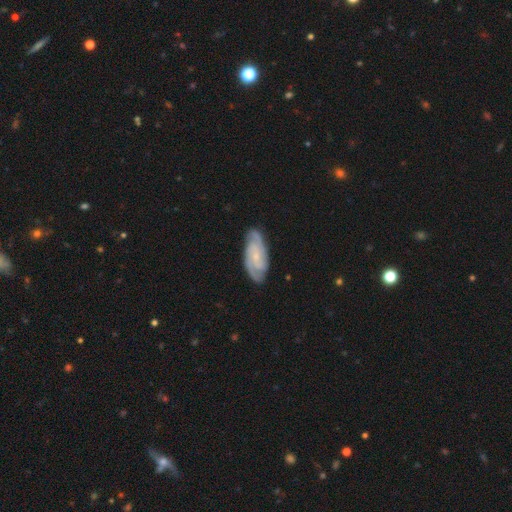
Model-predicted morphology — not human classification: Overall: featured or disk (82%). Edge-on disk: no (95%). Bar: no (59%; weak 33%). Spiral arms: yes (97%). Spiral arm count: 2 (49%; 3 24%). Spiral winding: tight (58%; medium 36%). Bulge size: small (71%). Merging: none (81%).